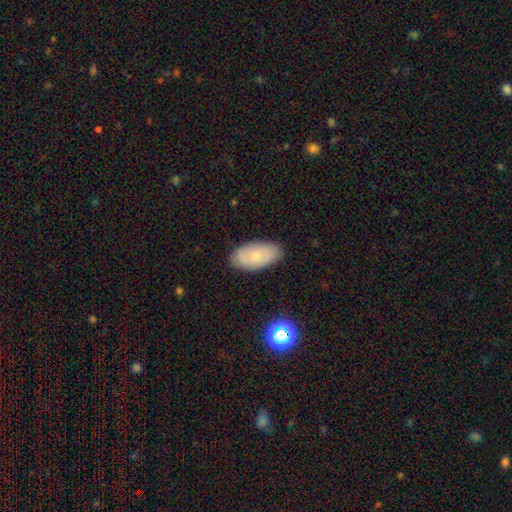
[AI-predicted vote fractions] This appears to be a smooth galaxy with no disk features (65%) that is in between round and cigar-shaped (93%). Merging: none (84%).